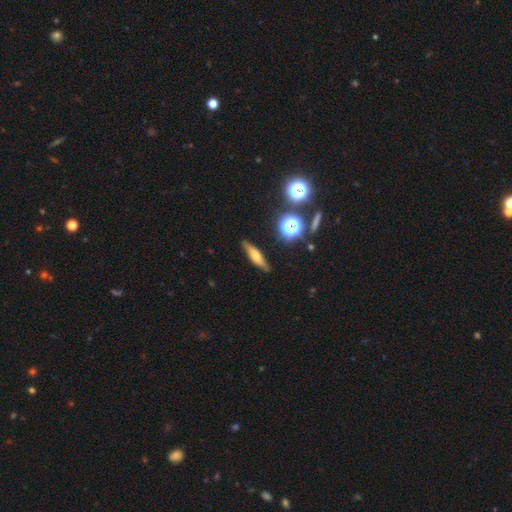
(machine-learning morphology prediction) This is possibly a smooth galaxy (48%). Merging: clearly none (84%).